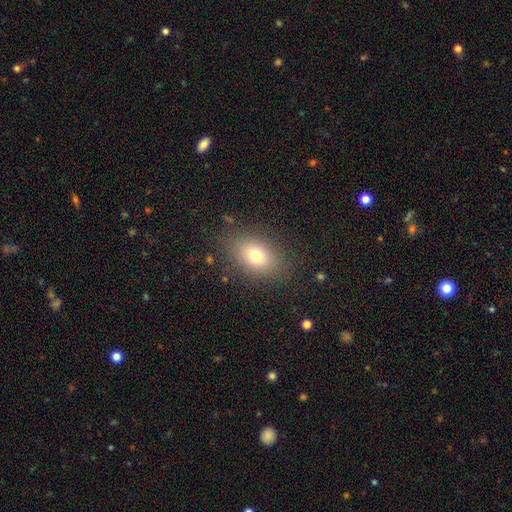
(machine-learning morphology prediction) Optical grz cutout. It shows a smooth galaxy with no disk features (74%) that is in between round and cigar-shaped (76%). Merging: none (82%).